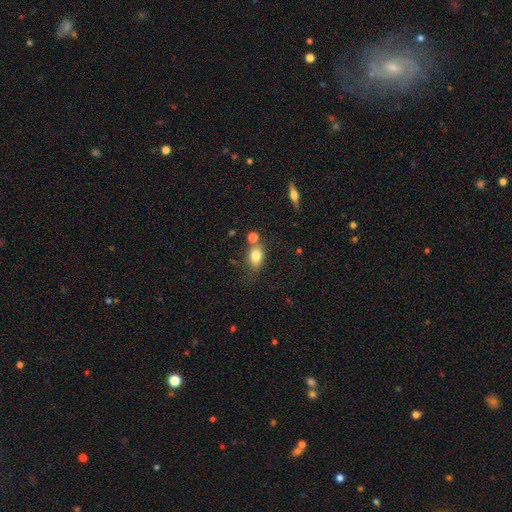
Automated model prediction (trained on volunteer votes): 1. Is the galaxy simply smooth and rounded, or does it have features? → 79% smooth, 12% featured or disk, 10% star or artifact.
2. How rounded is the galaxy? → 74% in between, 22% round, 4% cigar-shaped.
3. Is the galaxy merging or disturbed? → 58% none, 18% minor disturbance, 18% merger, 6% major disturbance.